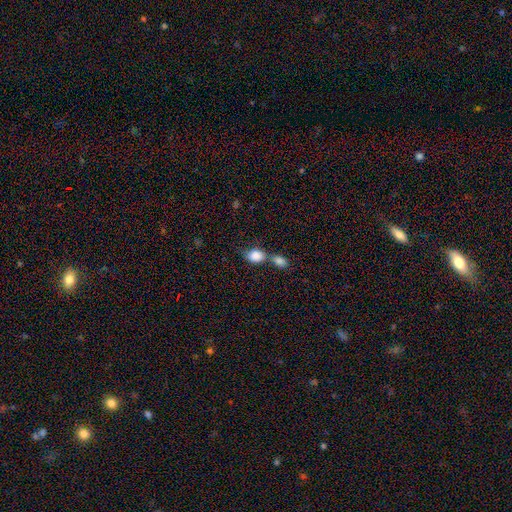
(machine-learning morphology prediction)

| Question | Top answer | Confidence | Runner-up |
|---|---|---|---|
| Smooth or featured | smooth | 85% | star or artifact (8%) |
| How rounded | in between | 69% | round (29%) |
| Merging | merger | 58% | none (27%) |